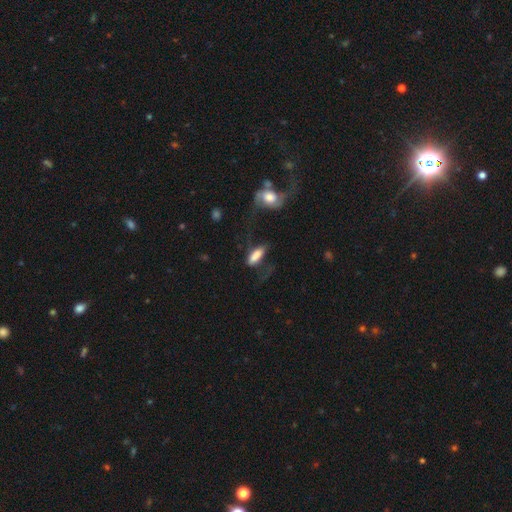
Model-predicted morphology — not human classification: smooth 70%, featured or disk 22%, star or artifact 8%. Down the decision tree: how rounded — in between (67%); merging — none (35%).